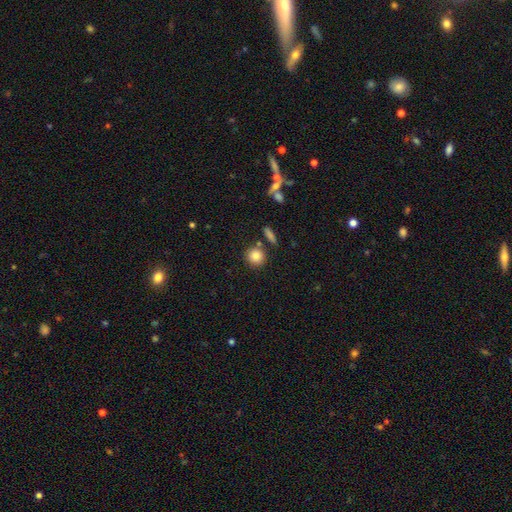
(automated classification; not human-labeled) smooth-or-featured: smooth: 84% | star or artifact: 9% | featured or disk: 7%
  how-rounded: round: 88% | in between: 11% | cigar-shaped: 1%
  merging: none: 79% | merger: 9% | minor disturbance: 9% | major disturbance: 3%